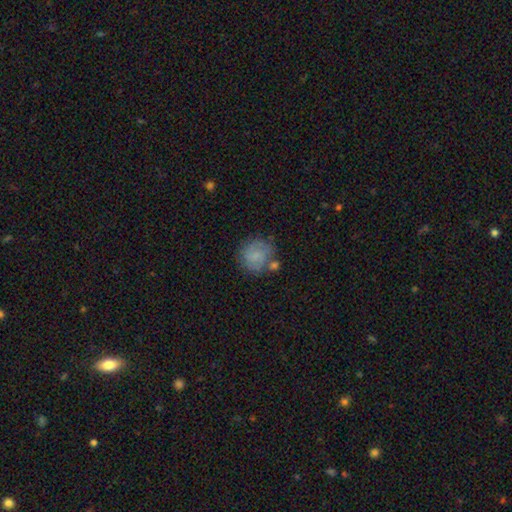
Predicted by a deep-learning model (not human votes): smooth 56%, featured or disk 36%, star or artifact 9%. Down the decision tree: how rounded — round (86%); merging — none (59%).